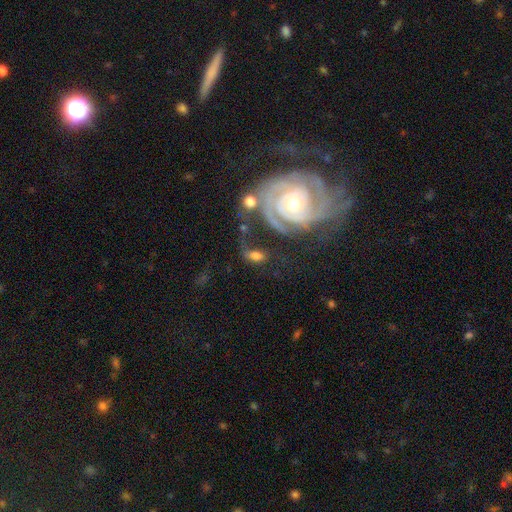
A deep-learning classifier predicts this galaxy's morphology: Smooth or featured? featured or disk (46%)
Merging? none (48%)